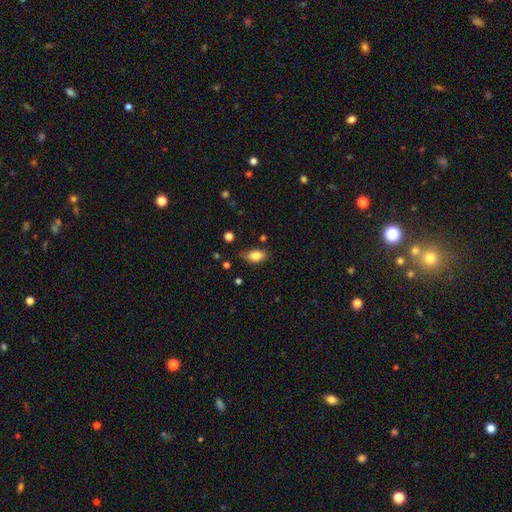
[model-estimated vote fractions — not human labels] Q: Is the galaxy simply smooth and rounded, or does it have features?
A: smooth — 83%.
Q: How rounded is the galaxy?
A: in between — 87%.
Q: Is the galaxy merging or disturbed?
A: none — 72%.